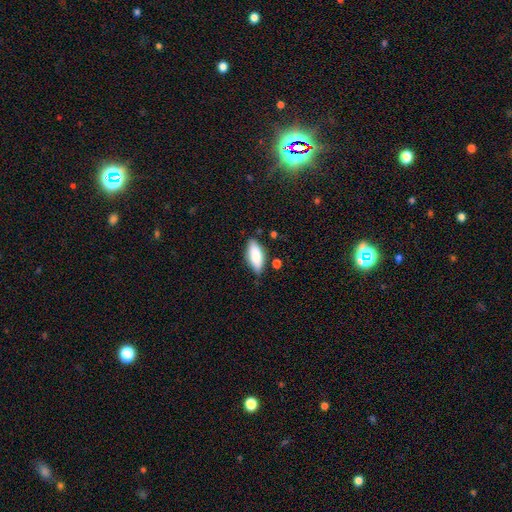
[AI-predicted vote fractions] Smooth or featured? smooth (83%)
How rounded? in between (78%)
Merging? none (75%)